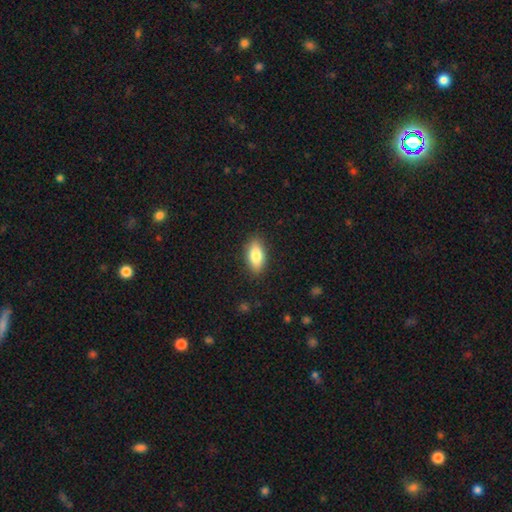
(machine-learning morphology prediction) This appears to be a smooth galaxy with no disk features (80%) that is in between round and cigar-shaped (85%). Merging: none (87%).